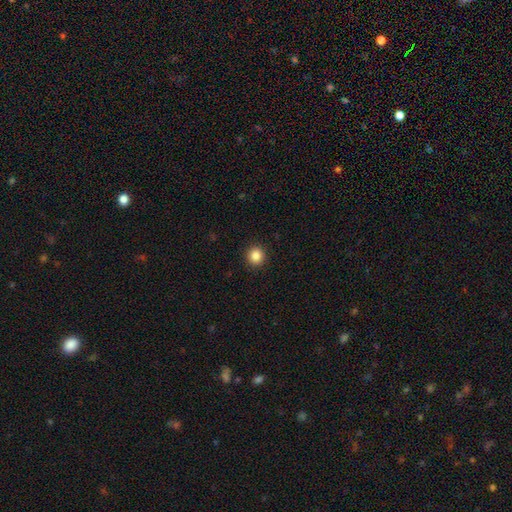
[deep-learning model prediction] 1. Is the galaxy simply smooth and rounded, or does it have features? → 86% smooth, 10% star or artifact, 4% featured or disk.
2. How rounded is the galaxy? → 92% round, 7% in between, 1% cigar-shaped.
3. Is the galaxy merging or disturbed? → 92% none, 5% minor disturbance, 2% major disturbance, 1% merger.